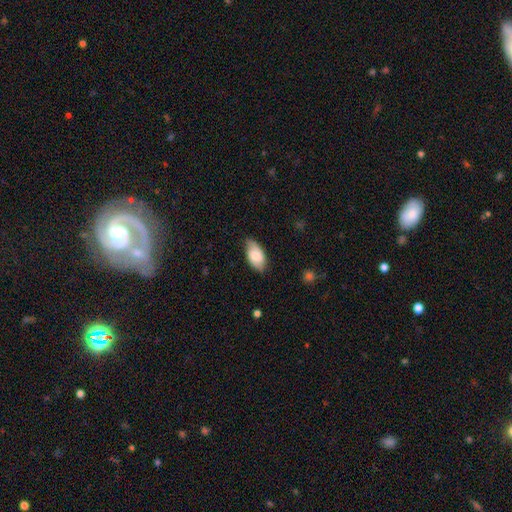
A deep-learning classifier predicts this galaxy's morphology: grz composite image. It shows a smooth galaxy with no disk features (76%) that is in between round and cigar-shaped (94%). Merging: none (75%).